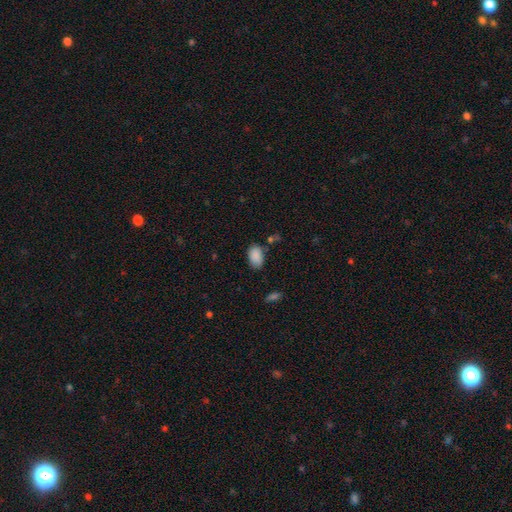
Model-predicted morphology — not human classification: type=smooth (88%); roundness=in between (90%); merging=none (73%).